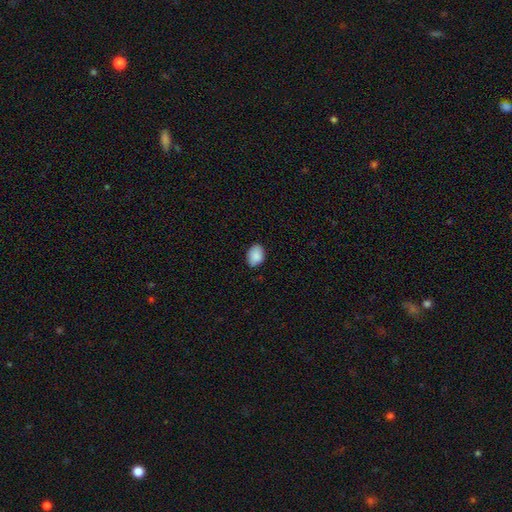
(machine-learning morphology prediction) smooth-or-featured: smooth: 89% | star or artifact: 7% | featured or disk: 4%
  how-rounded: in between: 75% | round: 24% | cigar-shaped: 1%
  merging: none: 82% | minor disturbance: 14% | major disturbance: 2% | merger: 1%